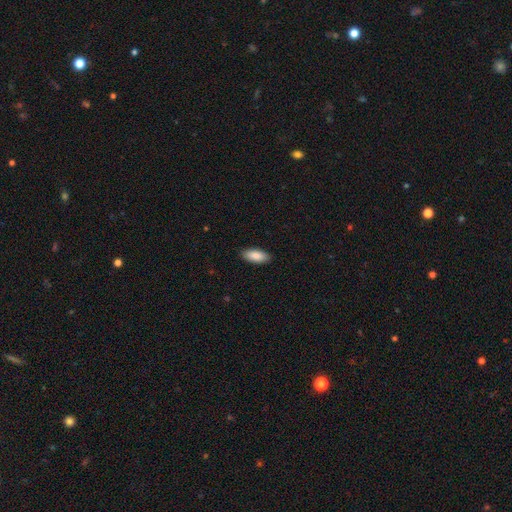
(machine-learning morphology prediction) Smooth or featured? Predicted: smooth (p=0.88). How rounded? Predicted: in between (p=0.84). Merging? Predicted: none (p=0.90).